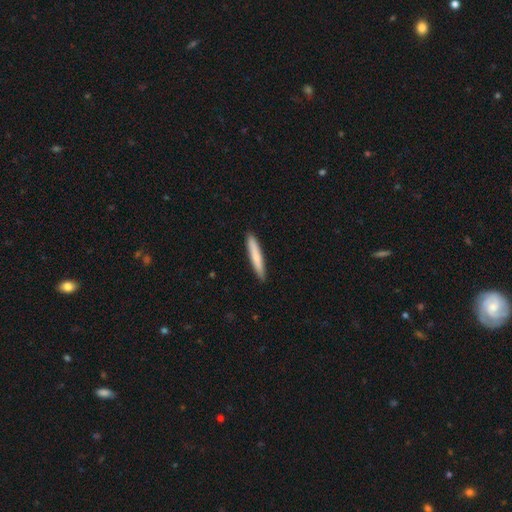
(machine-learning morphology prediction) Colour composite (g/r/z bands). It shows a smooth galaxy with no disk features (76%) that is cigar-shaped (95%). Merging: none (91%).